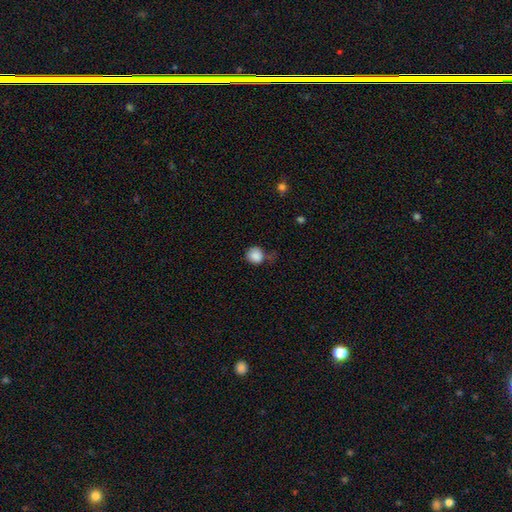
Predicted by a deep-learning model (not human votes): smooth_or_featured: smooth (p=0.87) [alt: star or artifact p=0.09]
how_rounded: round (p=0.87) [alt: in between p=0.12]
merging: none (p=0.61) [alt: minor disturbance p=0.25]